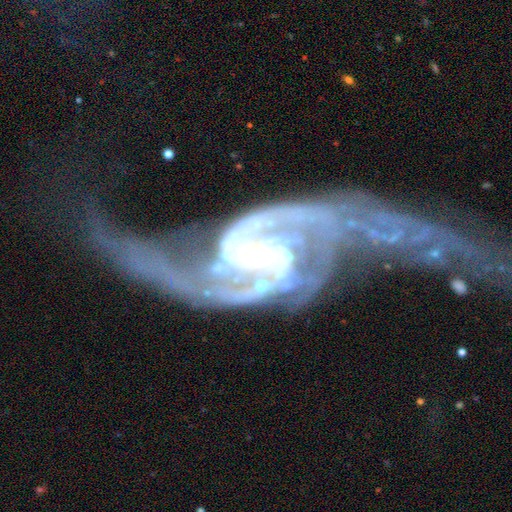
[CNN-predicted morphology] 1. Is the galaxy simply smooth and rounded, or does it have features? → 90% featured or disk, 6% star or artifact, 4% smooth.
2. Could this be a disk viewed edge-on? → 97% no, 3% yes.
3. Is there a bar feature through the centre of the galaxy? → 49% no, 32% weak, 19% strong.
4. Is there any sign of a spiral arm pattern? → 95% yes, 5% no.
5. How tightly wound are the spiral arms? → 50% loose, 35% medium, 15% tight.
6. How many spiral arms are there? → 75% 2, 8% can't tell, 5% 3, 4% 1, 4% 4, 3% more than 4.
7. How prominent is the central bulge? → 55% small, 35% moderate, 5% none, 4% large, 2% dominant.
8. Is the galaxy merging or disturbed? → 36% major disturbance, 35% merger, 18% none, 11% minor disturbance.